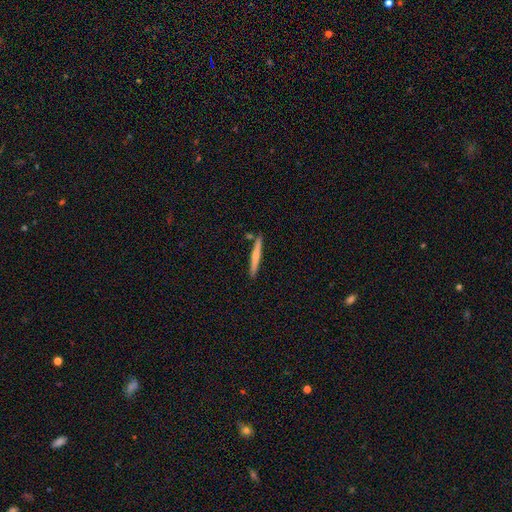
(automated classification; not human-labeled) smooth 58%, featured or disk 36%, star or artifact 5%. Down the decision tree: how rounded — cigar-shaped (96%); merging — none (85%).